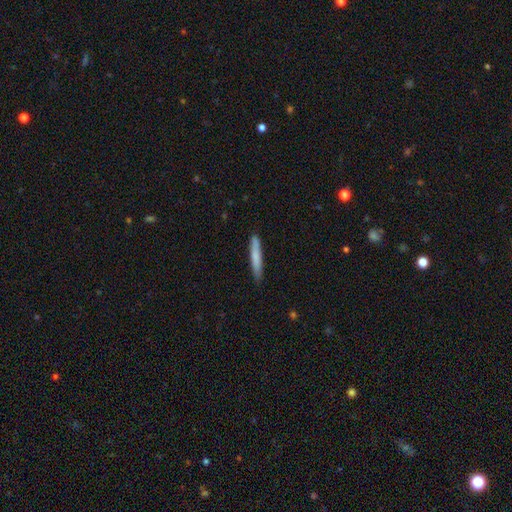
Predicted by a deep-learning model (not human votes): smooth-or-featured: smooth: 75% | featured or disk: 19% | star or artifact: 6%
  how-rounded: cigar-shaped: 94% | in between: 5% | round: 1%
  merging: none: 85% | minor disturbance: 12% | major disturbance: 2% | merger: 1%